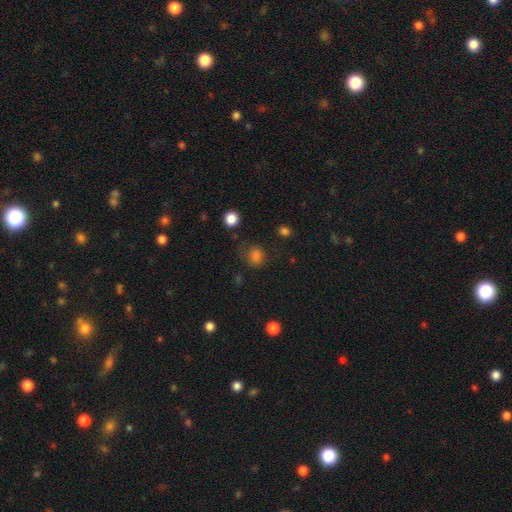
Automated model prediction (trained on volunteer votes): Q: Smooth or featured?
A: smooth (76%); runner-up: star or artifact (18%)
Q: How rounded?
A: round (69%); runner-up: in between (30%)
Q: Merging?
A: none (66%); runner-up: minor disturbance (20%)